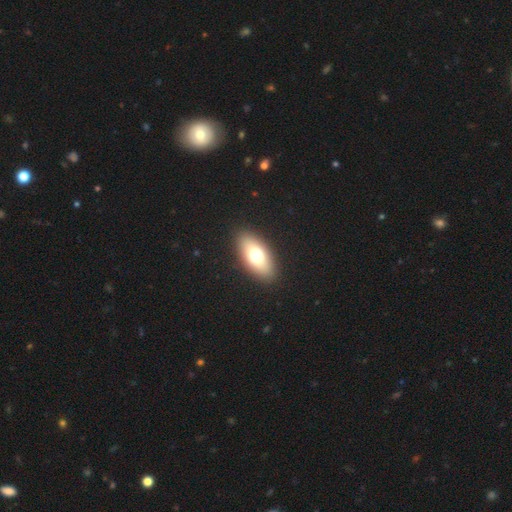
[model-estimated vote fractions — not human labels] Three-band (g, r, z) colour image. It shows a smooth galaxy with no disk features (70%) that is in between round and cigar-shaped (86%). Merging: none (90%).